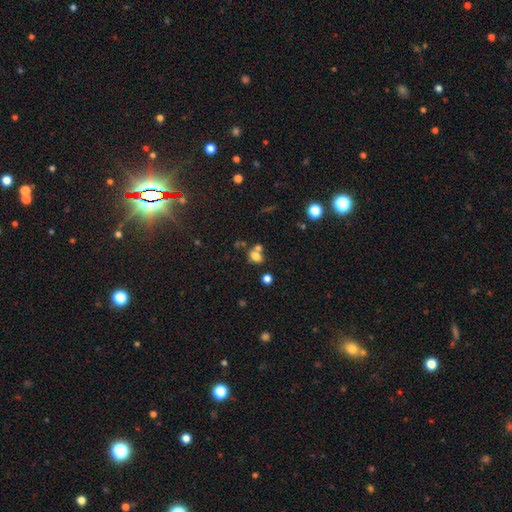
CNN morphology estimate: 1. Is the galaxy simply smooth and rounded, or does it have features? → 72% smooth, 17% star or artifact, 12% featured or disk.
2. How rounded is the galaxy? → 52% in between, 46% round, 1% cigar-shaped.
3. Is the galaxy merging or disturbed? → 44% none, 41% merger, 10% minor disturbance, 5% major disturbance.